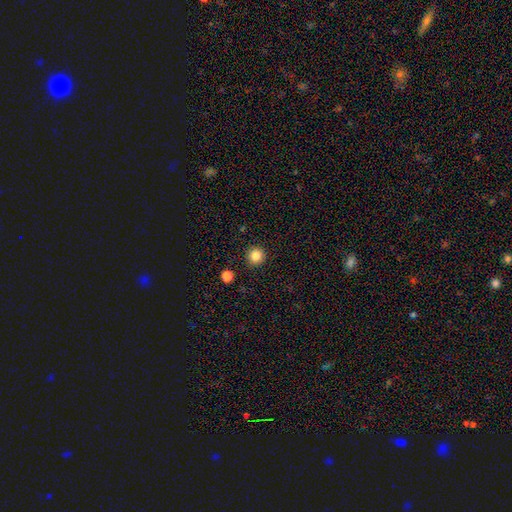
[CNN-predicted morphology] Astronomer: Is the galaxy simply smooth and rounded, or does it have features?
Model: smooth — 84%.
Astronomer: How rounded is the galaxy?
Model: round — 94%.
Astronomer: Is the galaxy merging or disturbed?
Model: none — 92%.